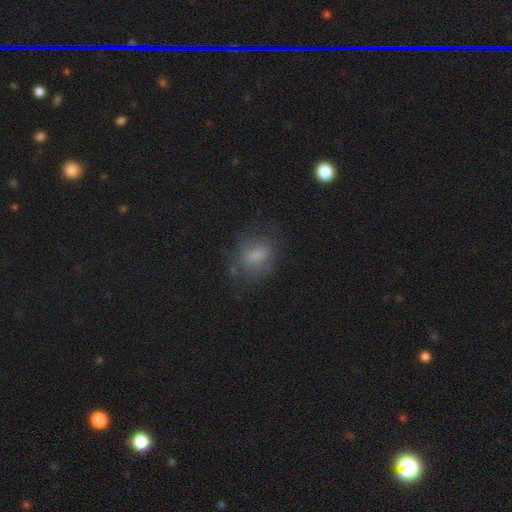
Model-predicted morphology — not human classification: Smooth or featured?
  - smooth: 66% *
  - featured or disk: 21%
  - star or artifact: 13%
How rounded?
  - in between: 58% *
  - round: 40%
  - cigar-shaped: 2%
Merging?
  - none: 57% *
  - minor disturbance: 23%
  - major disturbance: 17%
  - merger: 3%